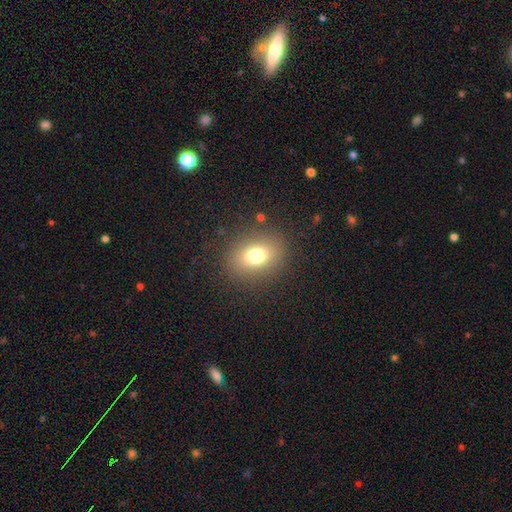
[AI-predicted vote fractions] A smooth galaxy with no disk features (74%) that is in between round and cigar-shaped (54%).

Vote fractions:
- Smooth or featured? smooth: 74% / star or artifact: 14% / featured or disk: 12%
- How rounded? in between: 54% / round: 44% / cigar-shaped: 1%
- Merging? none: 85% / minor disturbance: 9% / major disturbance: 5% / merger: 1%